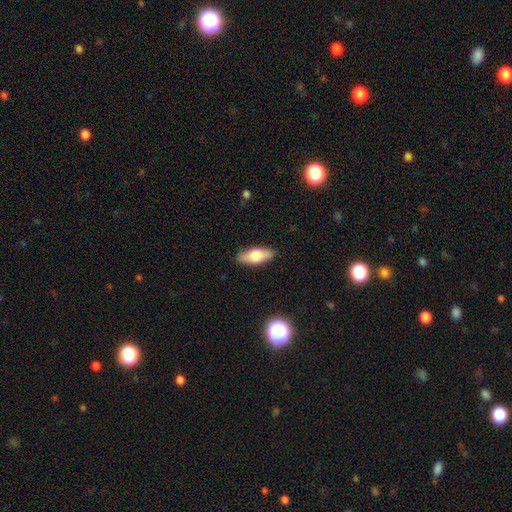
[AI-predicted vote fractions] A smooth galaxy with no disk features (65%) that is in between round and cigar-shaped (75%). Merging: none (88%).